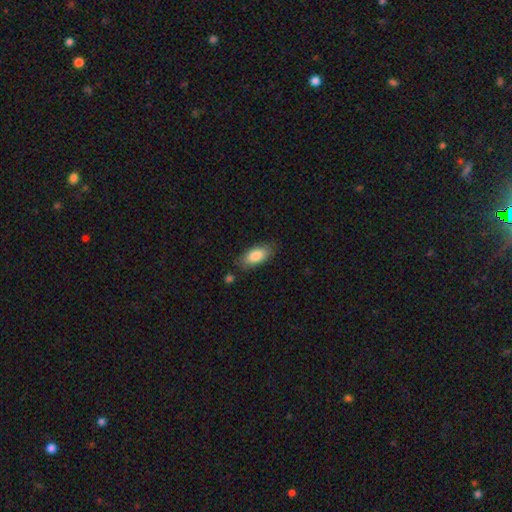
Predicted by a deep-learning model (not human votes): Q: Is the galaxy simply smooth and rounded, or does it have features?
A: smooth — 85%.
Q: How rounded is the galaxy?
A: in between — 89%.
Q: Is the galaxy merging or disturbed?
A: none — 78%.